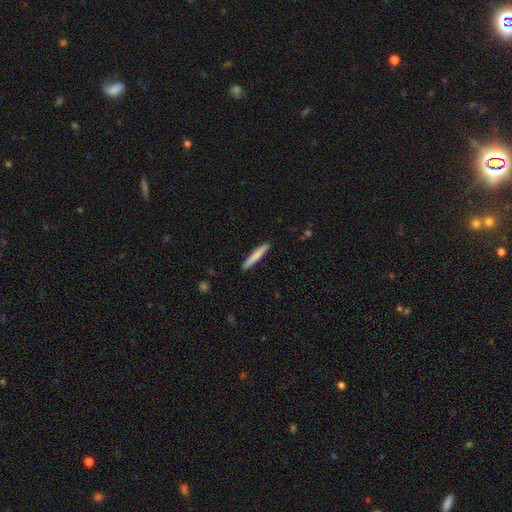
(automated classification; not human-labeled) The model was most divided on "smooth or featured": smooth: 78%, featured or disk: 17%, star or artifact: 5%. More confident: how rounded — cigar-shaped (95%); merging — none (91%).